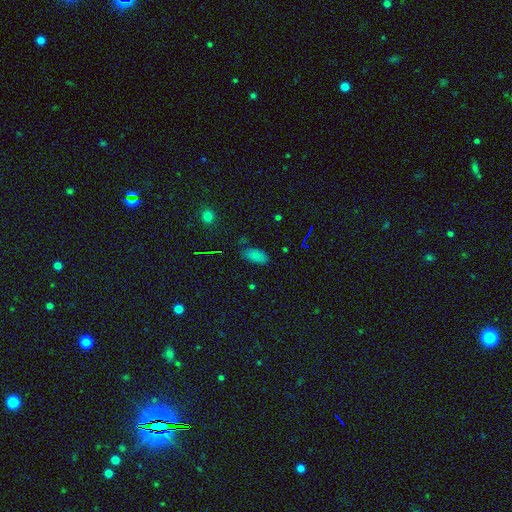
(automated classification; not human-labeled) A smooth galaxy with no disk features (75%) that is in between round and cigar-shaped (90%).

Vote fractions:
- Smooth or featured? smooth: 75% / star or artifact: 19% / featured or disk: 6%
- How rounded? in between: 90% / cigar-shaped: 7% / round: 3%
- Merging? none: 71% / minor disturbance: 20% / major disturbance: 5% / merger: 3%